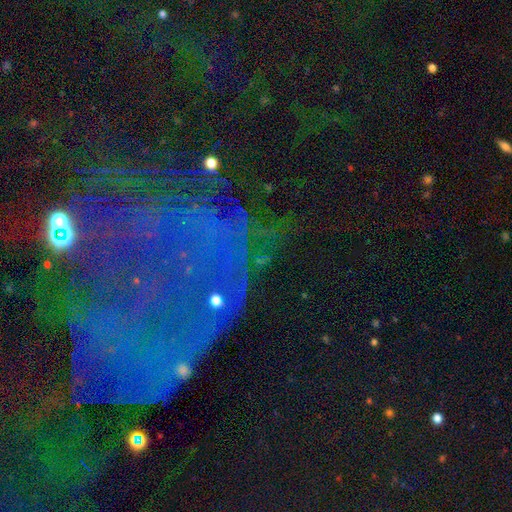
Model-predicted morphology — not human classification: Q: Smooth or featured?
A: star or artifact (54%); runner-up: featured or disk (31%)